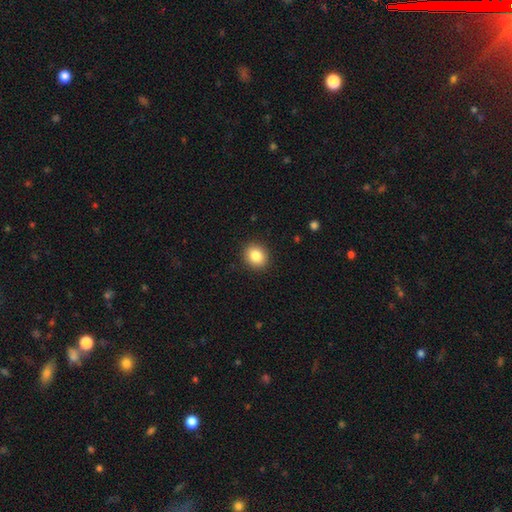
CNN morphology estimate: smooth-or-featured: smooth: 85% | star or artifact: 9% | featured or disk: 6%
  how-rounded: round: 72% | in between: 27% | cigar-shaped: 1%
  merging: none: 91% | minor disturbance: 6% | major disturbance: 2% | merger: 1%